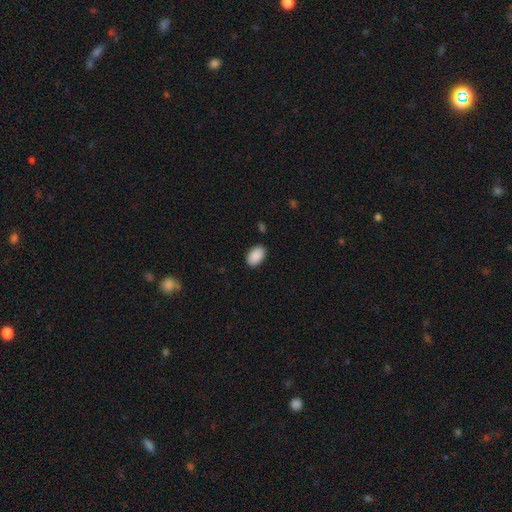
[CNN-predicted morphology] Smooth or featured?
  - smooth: 91% *
  - star or artifact: 6%
  - featured or disk: 3%
How rounded?
  - in between: 93% *
  - round: 6%
  - cigar-shaped: 1%
Merging?
  - none: 88% *
  - minor disturbance: 9%
  - major disturbance: 2%
  - merger: 1%